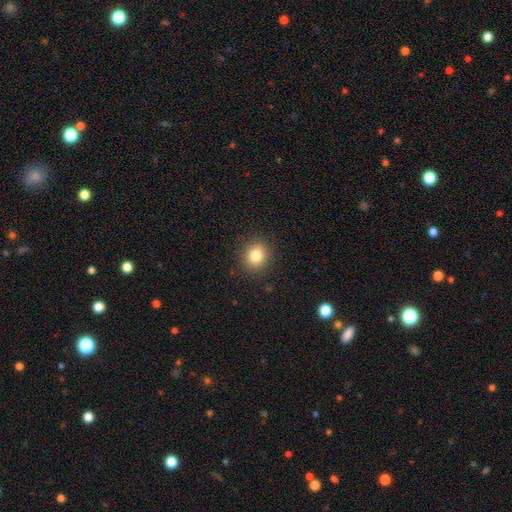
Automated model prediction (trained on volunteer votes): smooth_or_featured: smooth (p=0.82) [alt: star or artifact p=0.11]
how_rounded: round (p=0.74) [alt: in between p=0.25]
merging: none (p=0.88) [alt: minor disturbance p=0.08]